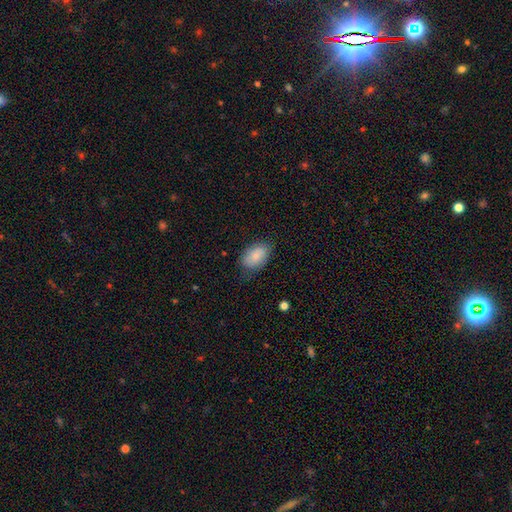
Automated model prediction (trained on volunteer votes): The model was most divided on "merging": none: 75%, minor disturbance: 19%, major disturbance: 4%, merger: 1%. More confident: how rounded — in between (90%); smooth or featured — smooth (83%).